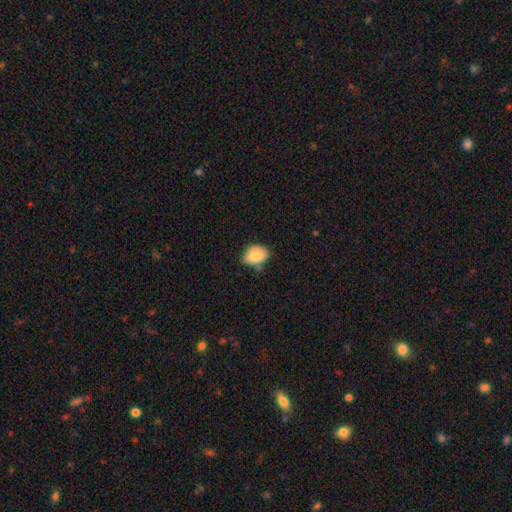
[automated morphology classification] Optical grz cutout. It shows a smooth galaxy with no disk features (85%) that is in between round and cigar-shaped (70%). Merging: none (63%).